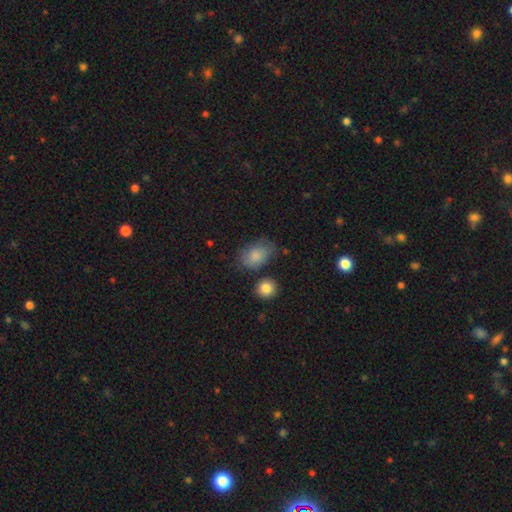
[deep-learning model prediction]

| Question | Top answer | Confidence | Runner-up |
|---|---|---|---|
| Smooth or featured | smooth | 83% | featured or disk (9%) |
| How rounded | in between | 84% | round (14%) |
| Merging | none | 61% | minor disturbance (25%) |